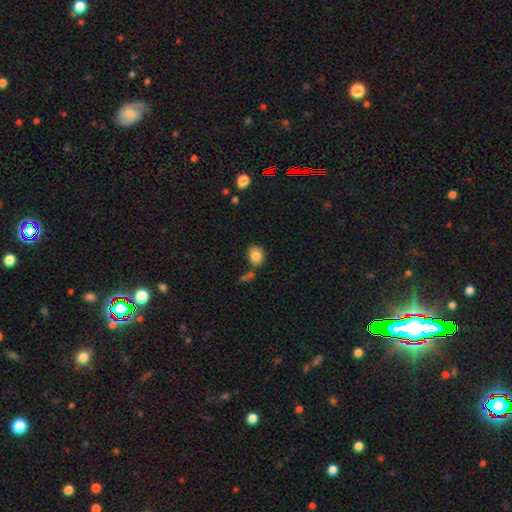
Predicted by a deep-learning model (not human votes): This appears to be a smooth galaxy with no disk features (84%) that is round (54%). Merging: none (70%).